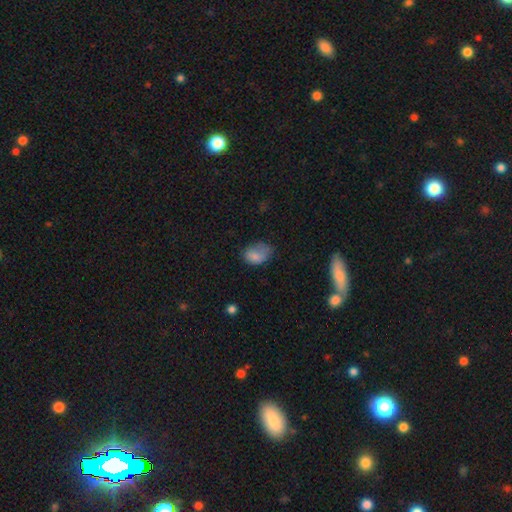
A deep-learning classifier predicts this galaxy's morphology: This is likely a smooth galaxy (79%). How rounded: clearly in between (80%). Merging: marginally none (43%).